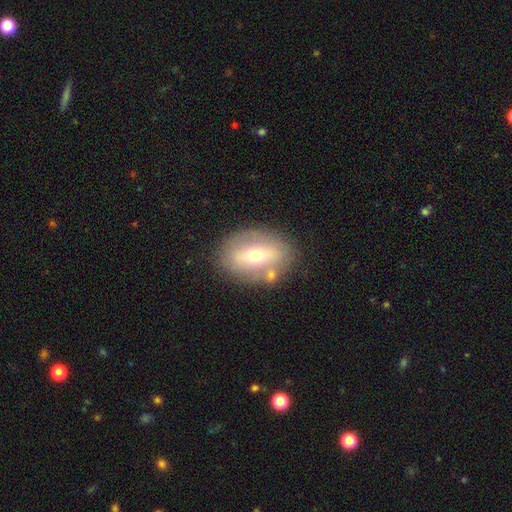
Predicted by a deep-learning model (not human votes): featured or disk 49%, smooth 43%, star or artifact 8%. Down the decision tree: merging — none (78%).